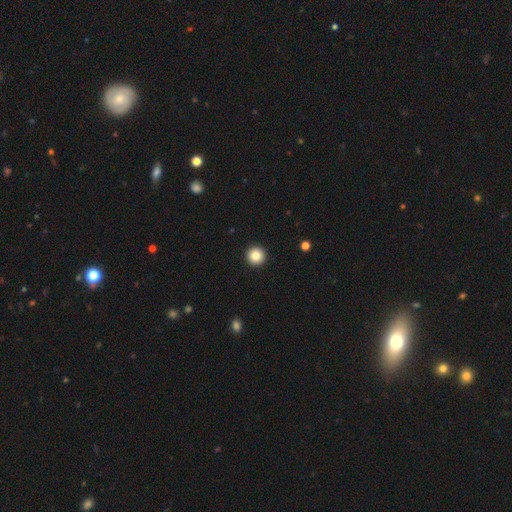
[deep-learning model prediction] Smooth or featured: smooth — 87% (star or artifact — 9%)
How rounded: round — 97% (in between — 2%)
Merging: none — 94% (minor disturbance — 4%)